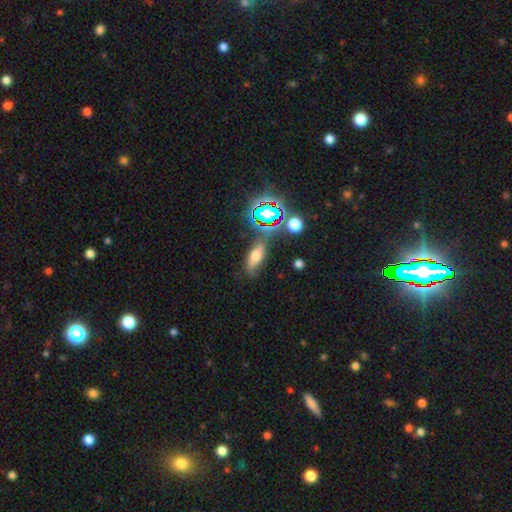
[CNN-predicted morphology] type=smooth (54%); roundness=in between (61%); merging=none (67%).